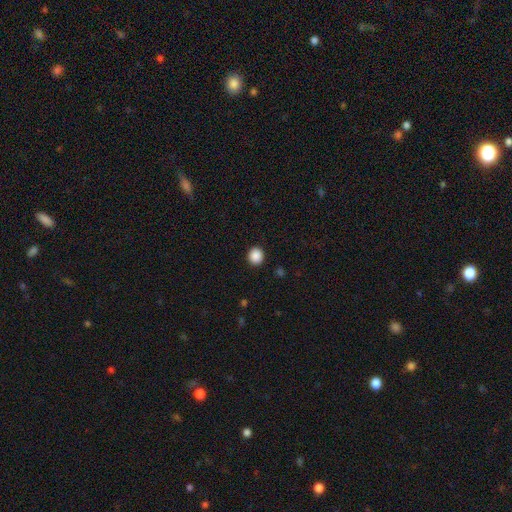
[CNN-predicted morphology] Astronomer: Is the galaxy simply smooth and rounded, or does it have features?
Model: smooth — 89%.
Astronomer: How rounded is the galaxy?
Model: round — 86%.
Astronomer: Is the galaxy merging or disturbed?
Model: none — 92%.